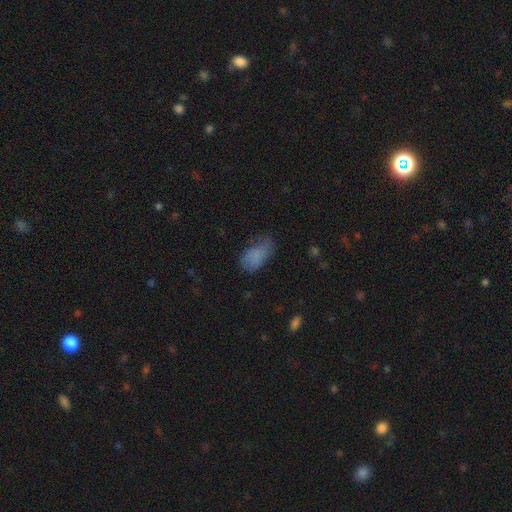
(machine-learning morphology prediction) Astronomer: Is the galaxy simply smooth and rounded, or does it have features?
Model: smooth — 77%.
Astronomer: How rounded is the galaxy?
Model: in between — 93%.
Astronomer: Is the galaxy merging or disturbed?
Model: none — 47% (runner-up: minor disturbance, 34%).